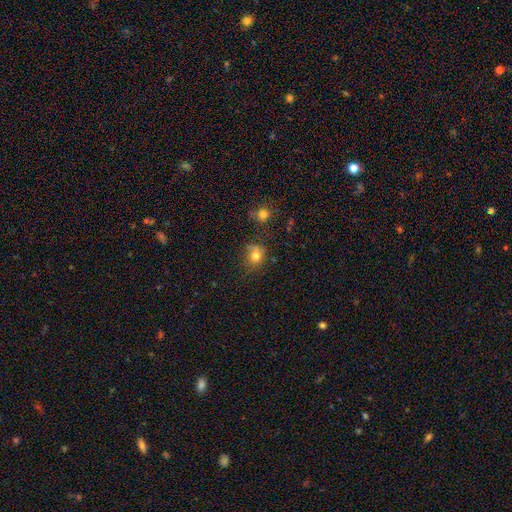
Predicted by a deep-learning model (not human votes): A smooth galaxy with no disk features (75%) that is round (73%). Merging: none (59%).